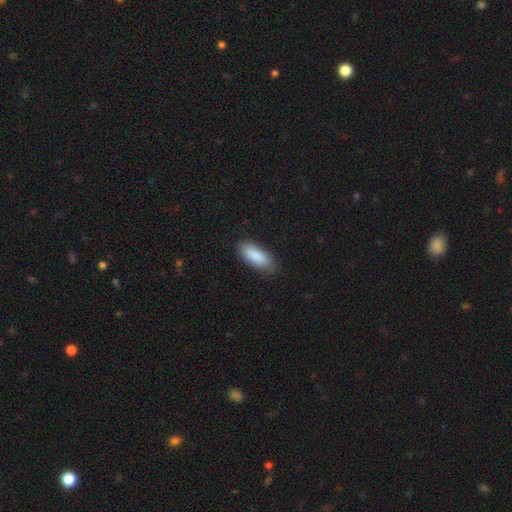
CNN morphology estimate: This appears to be a smooth galaxy with no disk features (89%) that is in between round and cigar-shaped (76%). Merging: none (84%).